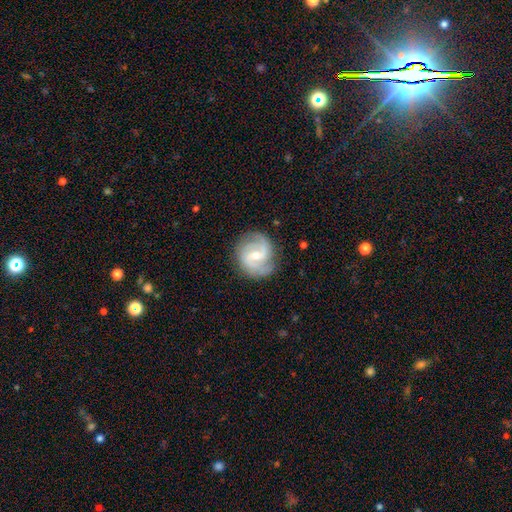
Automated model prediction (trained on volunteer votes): Smooth or featured?
  - featured or disk: 83% *
  - smooth: 12%
  - star or artifact: 5%
Edge-on disk?
  - no: 98% *
  - yes: 2%
Bar?
  - weak: 55% *
  - no: 28%
  - strong: 17%
Spiral arms?
  - yes: 96% *
  - no: 4%
Spiral winding?
  - medium: 50% *
  - tight: 34%
  - loose: 17%
Spiral arm count?
  - 2: 71% *
  - 3: 13%
  - can't tell: 9%
  - 1: 3%
  - 4: 2%
  - more than 4: 2%
Bulge size?
  - moderate: 48% * (tied)
  - small: 48% * (tied)
  - large: 2%
  - none: 1%
  - dominant: 1%
Merging?
  - none: 80% *
  - minor disturbance: 14%
  - major disturbance: 5%
  - merger: 1%